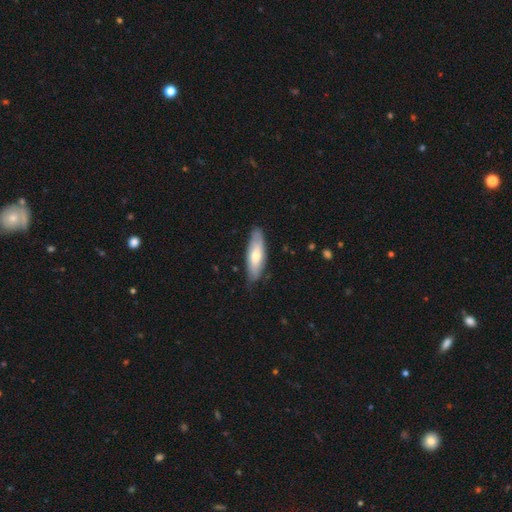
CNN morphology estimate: The model was most divided on "how rounded": in between: 56%, cigar-shaped: 42%, round: 2%. More confident: merging — none (78%); smooth or featured — smooth (58%).